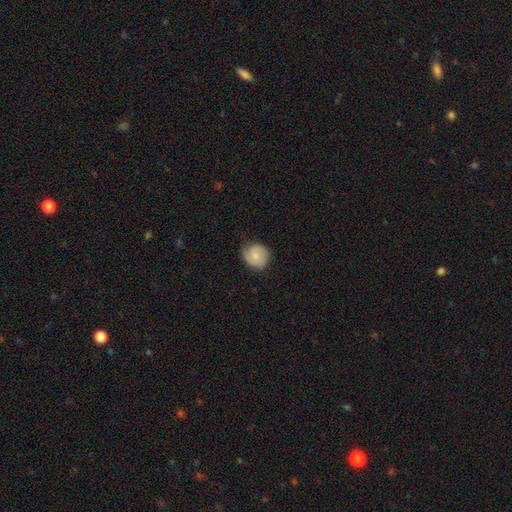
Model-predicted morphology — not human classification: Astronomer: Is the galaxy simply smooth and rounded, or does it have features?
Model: smooth — 70%.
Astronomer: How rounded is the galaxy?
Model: round — 80%.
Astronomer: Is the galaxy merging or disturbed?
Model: none — 68%.